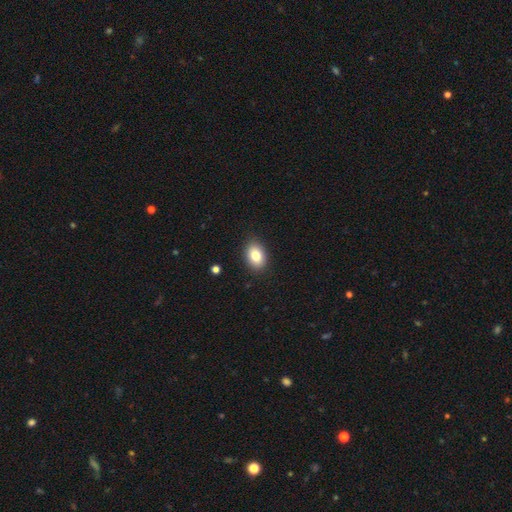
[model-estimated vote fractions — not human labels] The model was most divided on "how rounded": in between: 80%, round: 19%, cigar-shaped: 1%. More confident: merging — none (88%); smooth or featured — smooth (82%).